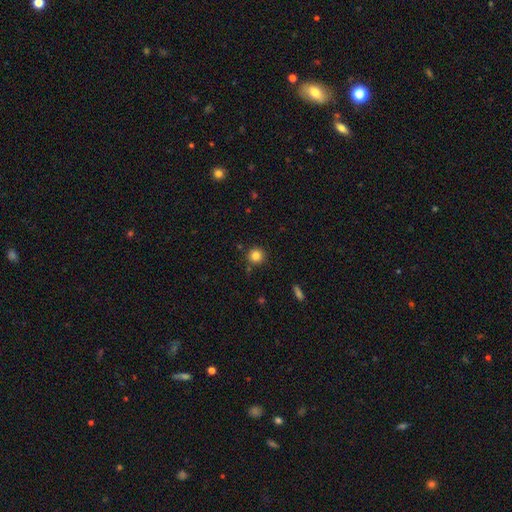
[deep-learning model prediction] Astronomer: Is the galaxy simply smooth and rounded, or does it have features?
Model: smooth — 83%.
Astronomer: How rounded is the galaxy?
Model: round — 94%.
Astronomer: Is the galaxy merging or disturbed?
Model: none — 87%.